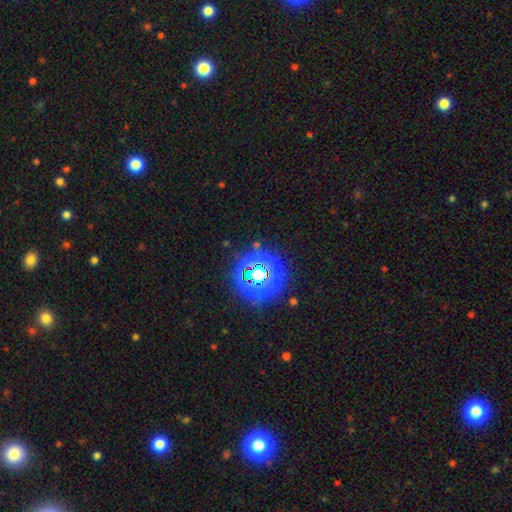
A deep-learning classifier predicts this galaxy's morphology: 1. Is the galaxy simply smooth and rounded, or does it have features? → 80% star or artifact, 14% smooth, 6% featured or disk.